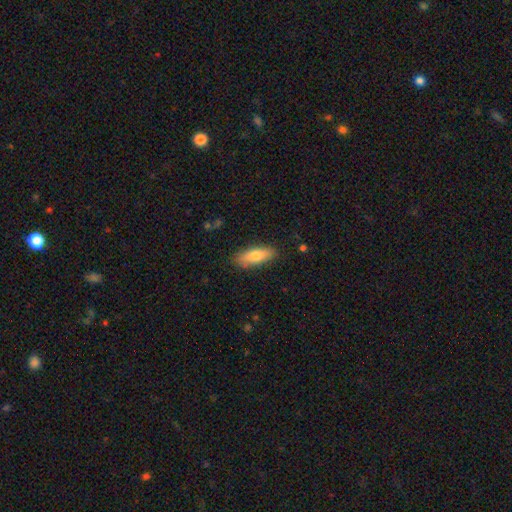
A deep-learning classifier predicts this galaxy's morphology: Q: Smooth or featured?
A: smooth (75%); runner-up: featured or disk (19%)
Q: How rounded?
A: in between (67%); runner-up: cigar-shaped (30%)
Q: Merging?
A: none (84%); runner-up: minor disturbance (12%)